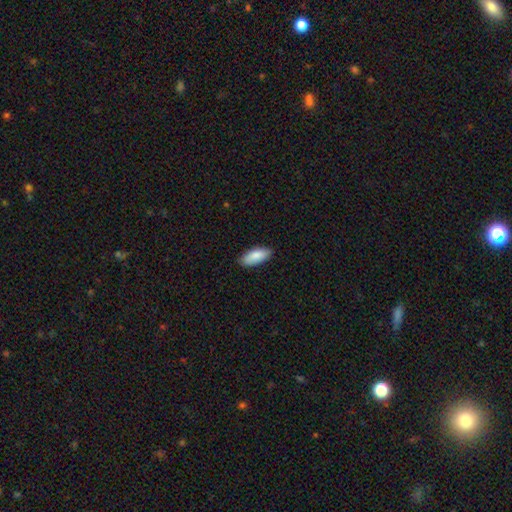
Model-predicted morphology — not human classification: Q: Smooth or featured?
A: smooth (87%); runner-up: featured or disk (7%)
Q: How rounded?
A: in between (84%); runner-up: cigar-shaped (14%)
Q: Merging?
A: none (86%); runner-up: minor disturbance (11%)